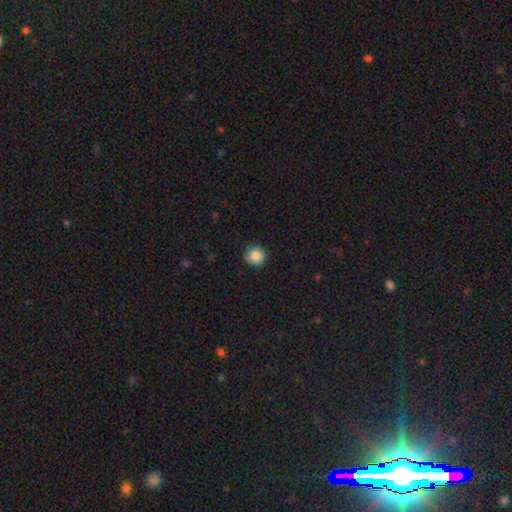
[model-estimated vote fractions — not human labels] Smooth or featured?
  - smooth: 87% *
  - star or artifact: 9%
  - featured or disk: 4%
How rounded?
  - round: 93% *
  - in between: 6%
  - cigar-shaped: 1%
Merging?
  - none: 85% *
  - minor disturbance: 12%
  - major disturbance: 2%
  - merger: 1%